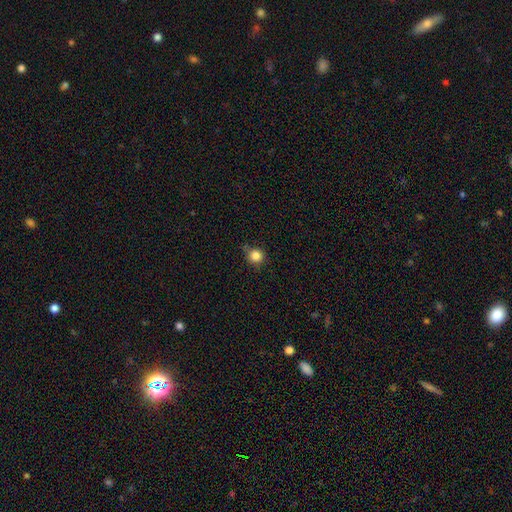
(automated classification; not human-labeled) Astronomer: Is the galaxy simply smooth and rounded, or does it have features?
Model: smooth — 84%.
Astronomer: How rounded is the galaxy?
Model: round — 92%.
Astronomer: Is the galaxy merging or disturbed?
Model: none — 78%.